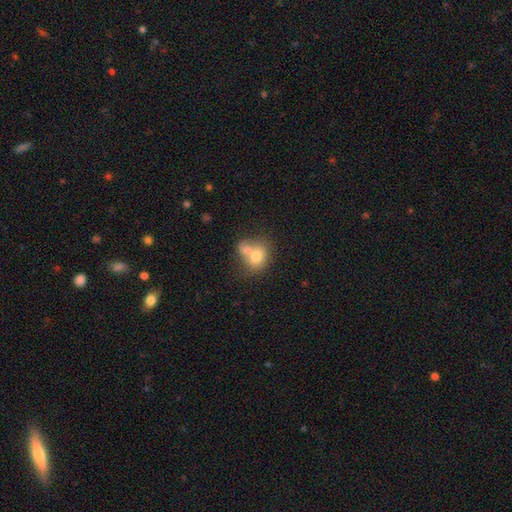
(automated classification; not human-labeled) A smooth galaxy with no disk features (71%) that is round (50%).

Vote fractions:
- Smooth or featured? smooth: 71% / featured or disk: 19% / star or artifact: 9%
- How rounded? round: 50% / in between: 49% / cigar-shaped: 1%
- Merging? merger: 54% / none: 27% / minor disturbance: 12% / major disturbance: 7%